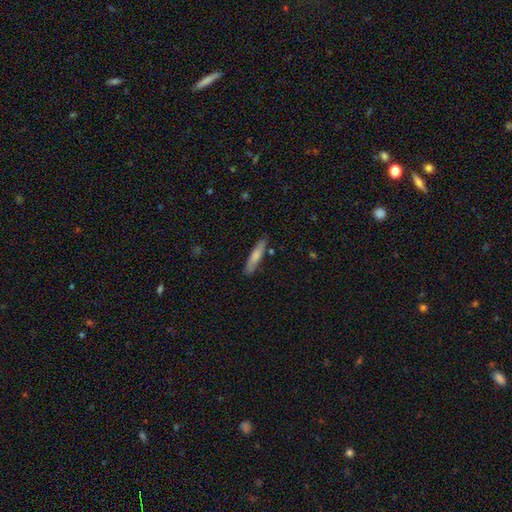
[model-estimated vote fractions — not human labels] This appears to be a smooth galaxy with no disk features (72%) that is cigar-shaped (86%). Merging: none (85%).